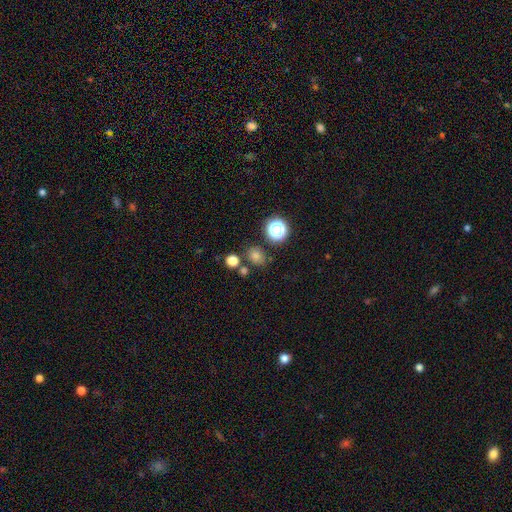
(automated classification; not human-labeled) Smooth or featured? Predicted: smooth (p=0.70). How rounded? Predicted: round (p=0.65). Merging? Predicted: none (p=0.73).